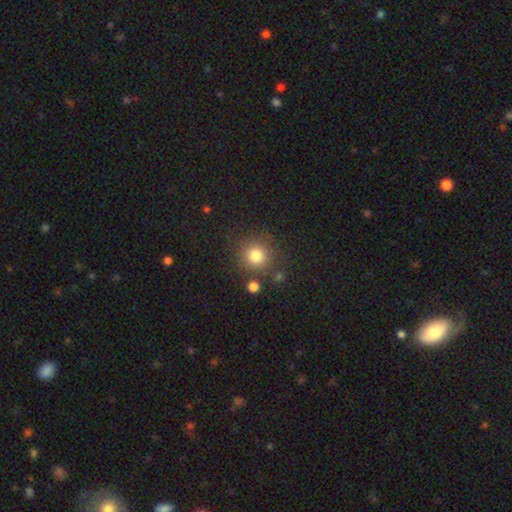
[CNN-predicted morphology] Q: Smooth or featured?
A: smooth (81%); runner-up: star or artifact (13%)
Q: How rounded?
A: round (92%); runner-up: in between (7%)
Q: Merging?
A: none (82%); runner-up: minor disturbance (9%)